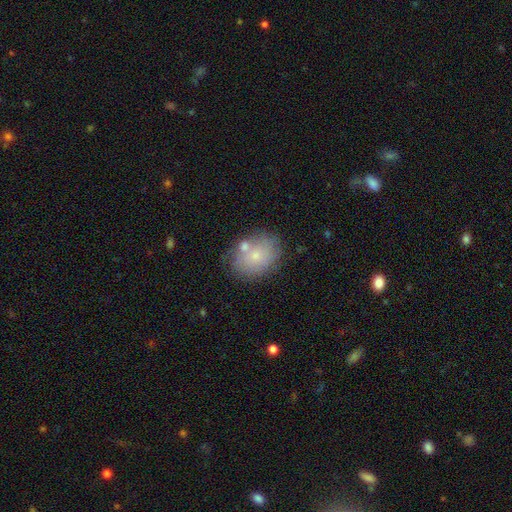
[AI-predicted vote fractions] A smooth galaxy with no disk features (66%) that is in between round and cigar-shaped (74%). Merging: none (66%).